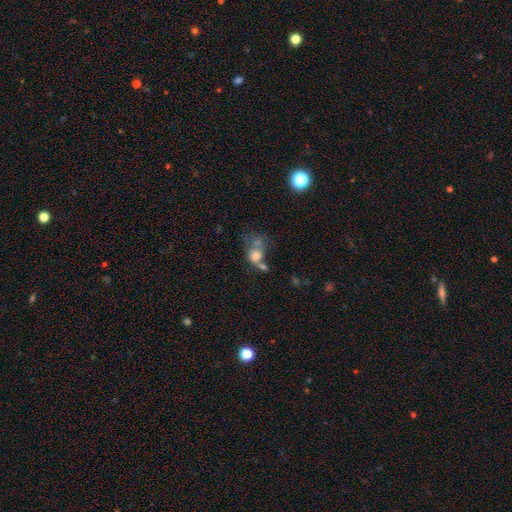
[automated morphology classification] smooth_or_featured: smooth (p=0.67) [alt: featured or disk p=0.20]
how_rounded: round (p=0.55) [alt: in between p=0.43]
merging: merger (p=0.52) [alt: none p=0.21]